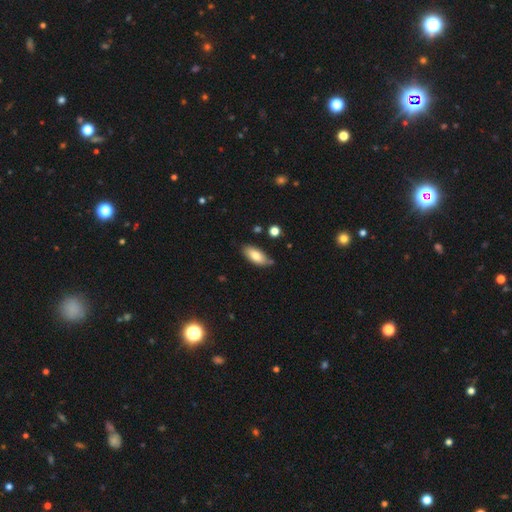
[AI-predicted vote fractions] Smooth or featured? Predicted: smooth (p=0.79). How rounded? Predicted: in between (p=0.87). Merging? Predicted: none (p=0.77).